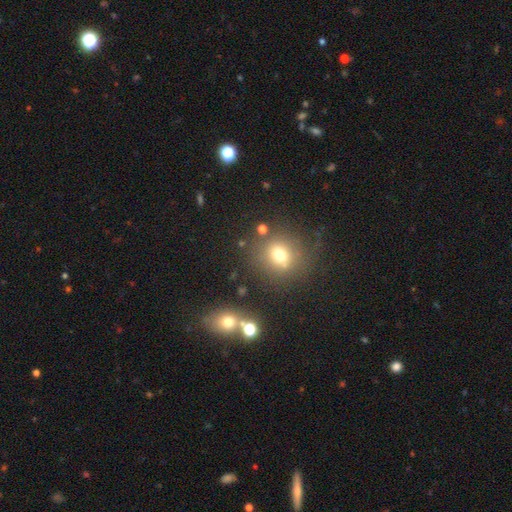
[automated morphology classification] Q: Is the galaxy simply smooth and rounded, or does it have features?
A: smooth — 56%.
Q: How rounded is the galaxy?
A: round — 83%.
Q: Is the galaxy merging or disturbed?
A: none — 77%.